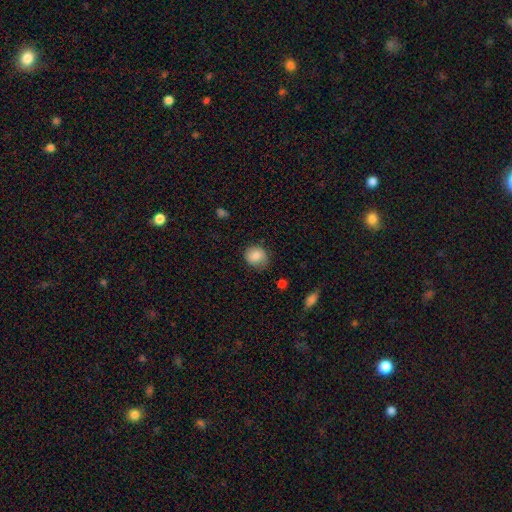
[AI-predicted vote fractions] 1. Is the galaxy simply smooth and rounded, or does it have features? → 83% smooth, 9% featured or disk, 8% star or artifact.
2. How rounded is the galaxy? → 77% round, 22% in between, 1% cigar-shaped.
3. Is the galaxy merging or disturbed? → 73% none, 21% minor disturbance, 5% major disturbance, 1% merger.